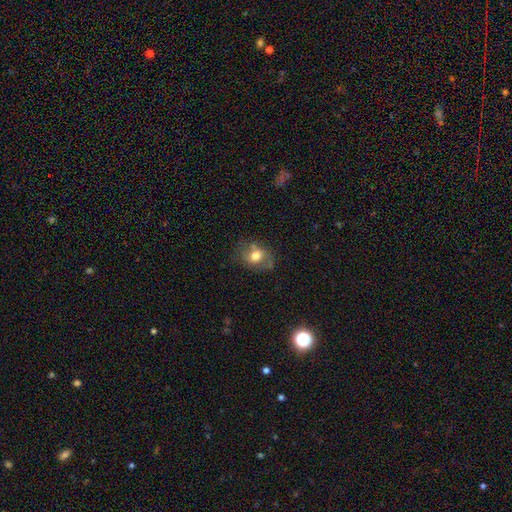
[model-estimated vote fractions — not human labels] smooth-or-featured: smooth: 59% | featured or disk: 32% | star or artifact: 10%
  how-rounded: in between: 58% | round: 41% | cigar-shaped: 1%
  merging: none: 59% | minor disturbance: 25% | major disturbance: 12% | merger: 4%